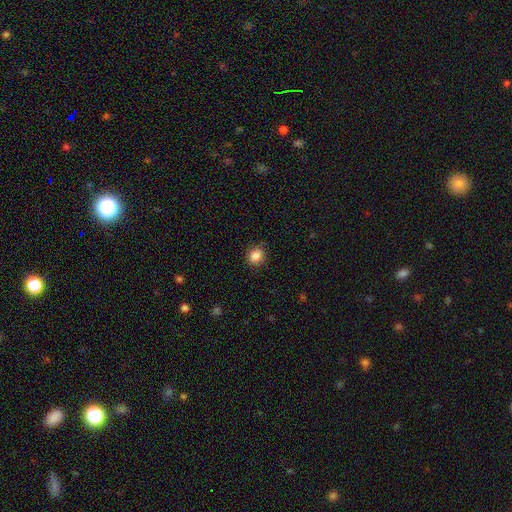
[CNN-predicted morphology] Q: Smooth or featured?
A: smooth (87%); runner-up: star or artifact (10%)
Q: How rounded?
A: round (69%); runner-up: in between (30%)
Q: Merging?
A: none (85%); runner-up: minor disturbance (11%)